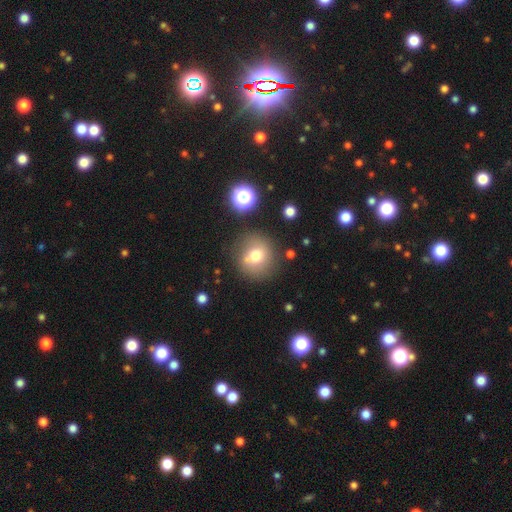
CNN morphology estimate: type=smooth (67%); roundness=round (89%); merging=none (73%).